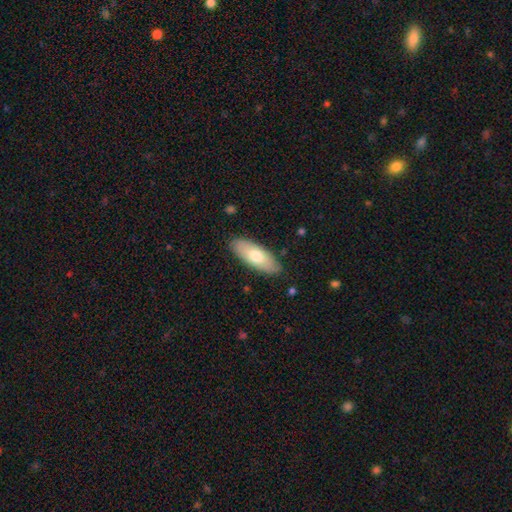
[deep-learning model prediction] Smooth or featured?
  - smooth: 71% *
  - featured or disk: 24%
  - star or artifact: 5%
How rounded?
  - in between: 78% *
  - cigar-shaped: 21%
  - round: 2%
Merging?
  - none: 86% *
  - minor disturbance: 11%
  - major disturbance: 2%
  - merger: 1%